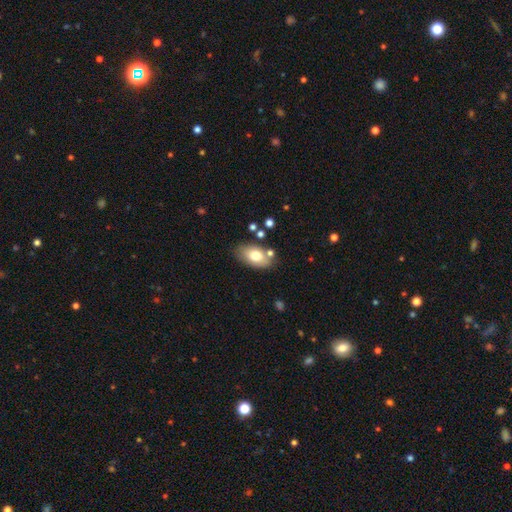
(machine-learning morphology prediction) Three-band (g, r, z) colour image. It shows a smooth galaxy with no disk features (75%) that is in between round and cigar-shaped (90%). Merging: none (74%).